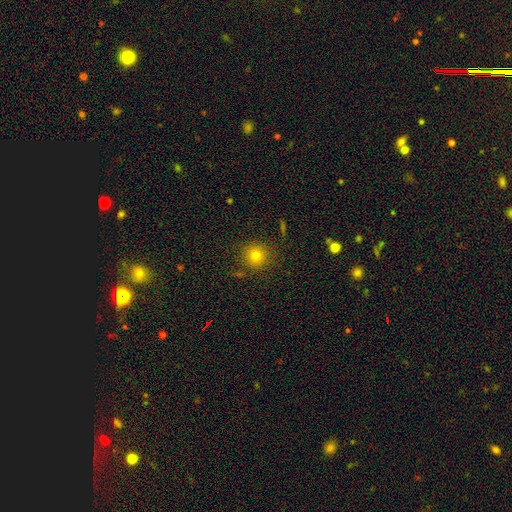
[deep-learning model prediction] The model was most divided on "smooth or featured": smooth: 77%, star or artifact: 14%, featured or disk: 8%. More confident: how rounded — round (92%); merging — none (84%).